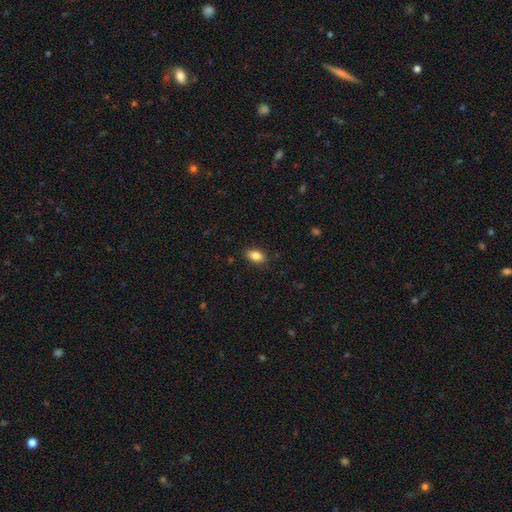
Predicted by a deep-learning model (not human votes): This is clearly a smooth galaxy (85%). How rounded: clearly in between (89%). Merging: clearly none (87%).